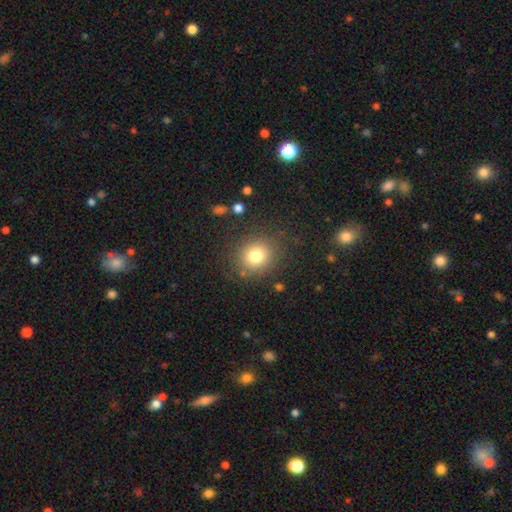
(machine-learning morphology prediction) This is likely a smooth galaxy (78%). How rounded: clearly round (81%). Merging: clearly none (83%).